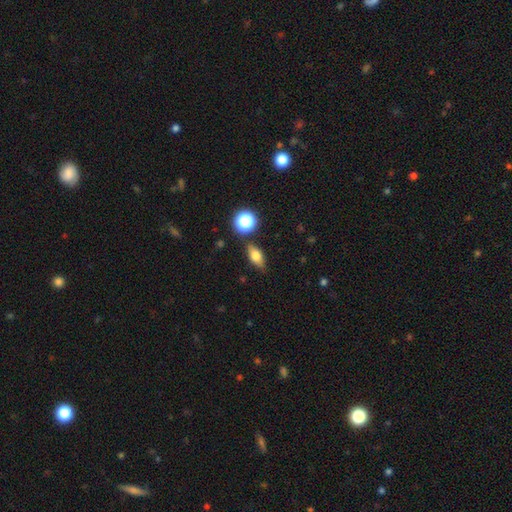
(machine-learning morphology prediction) The model was most divided on "smooth or featured": smooth: 65%, featured or disk: 25%, star or artifact: 11%. More confident: merging — none (81%); how rounded — in between (72%).